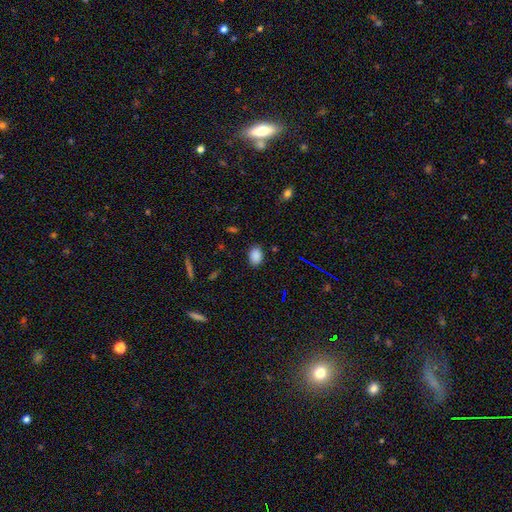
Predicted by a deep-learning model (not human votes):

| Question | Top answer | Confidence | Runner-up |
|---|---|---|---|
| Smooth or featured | smooth | 86% | star or artifact (10%) |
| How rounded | in between | 73% | round (26%) |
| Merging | none | 85% | minor disturbance (11%) |